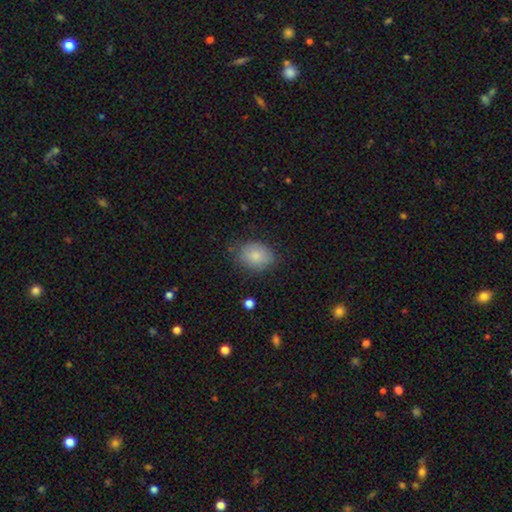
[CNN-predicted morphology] smooth_or_featured: smooth (p=0.83) [alt: featured or disk p=0.10]
how_rounded: in between (p=0.65) [alt: round p=0.34]
merging: none (p=0.74) [alt: minor disturbance p=0.20]